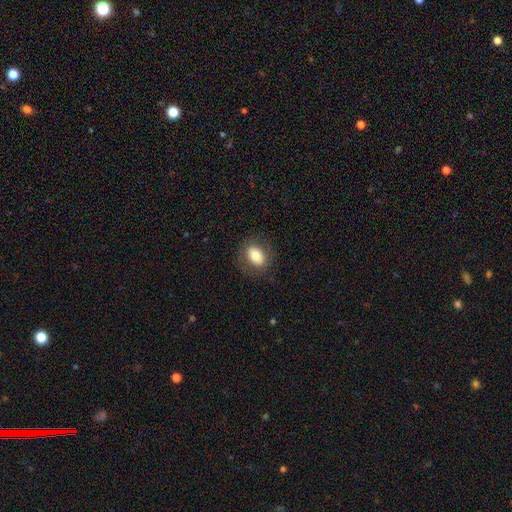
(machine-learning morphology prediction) type=smooth (76%); roundness=in between (72%); merging=none (82%).